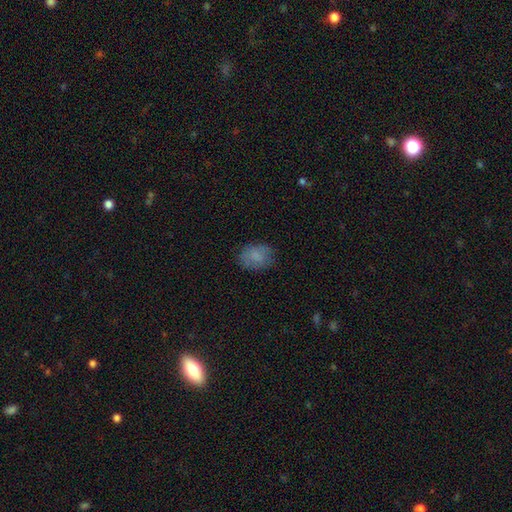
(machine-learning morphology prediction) The model was most divided on "how rounded": in between: 63%, round: 36%, cigar-shaped: 1%. More confident: smooth or featured — smooth (78%); merging — none (76%).